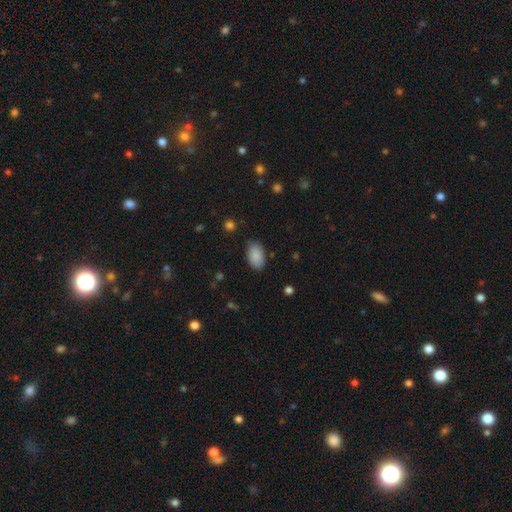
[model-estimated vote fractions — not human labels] Smooth or featured? smooth (89%)
How rounded? in between (93%)
Merging? none (83%)